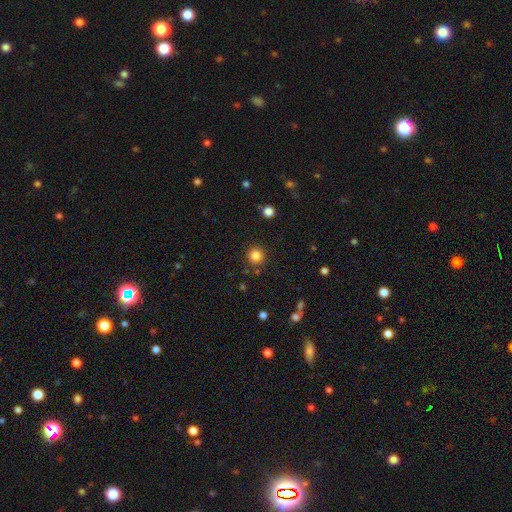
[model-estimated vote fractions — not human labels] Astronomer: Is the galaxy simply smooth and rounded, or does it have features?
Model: smooth — 83%.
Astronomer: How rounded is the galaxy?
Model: round — 95%.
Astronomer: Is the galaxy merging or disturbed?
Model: none — 88%.